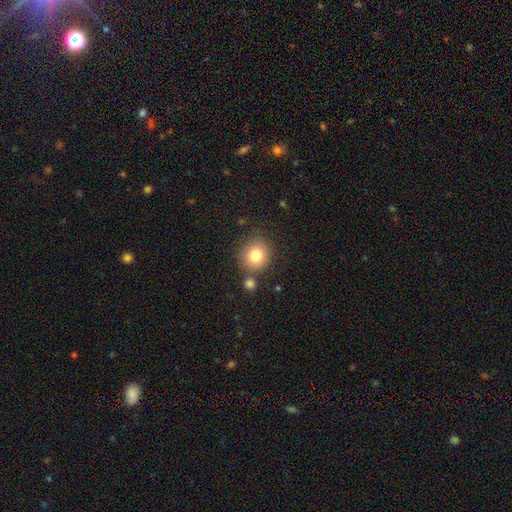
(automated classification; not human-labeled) smooth-or-featured: smooth: 81% | star or artifact: 10% | featured or disk: 9%
  how-rounded: round: 87% | in between: 13% | cigar-shaped: 1%
  merging: none: 76% | merger: 11% | minor disturbance: 10% | major disturbance: 3%